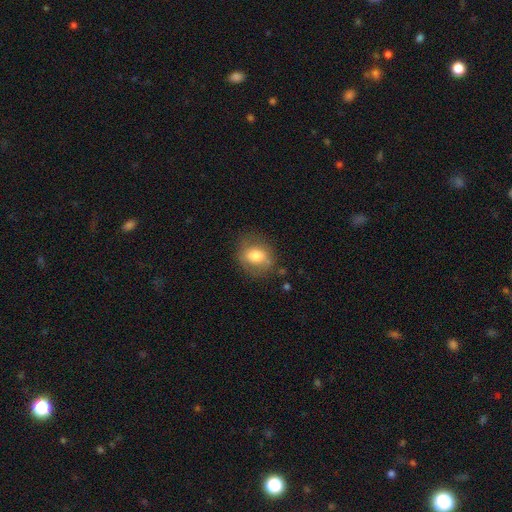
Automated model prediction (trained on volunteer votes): A smooth galaxy with no disk features (73%) that is in between round and cigar-shaped (50%). Merging: none (72%).